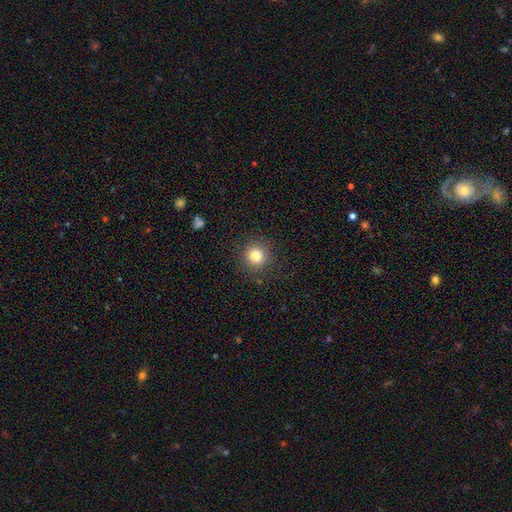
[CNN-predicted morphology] Smooth or featured?
  - smooth: 82% *
  - star or artifact: 12%
  - featured or disk: 6%
How rounded?
  - round: 92% *
  - in between: 7%
  - cigar-shaped: 1%
Merging?
  - none: 89% *
  - minor disturbance: 7%
  - major disturbance: 3%
  - merger: 1%